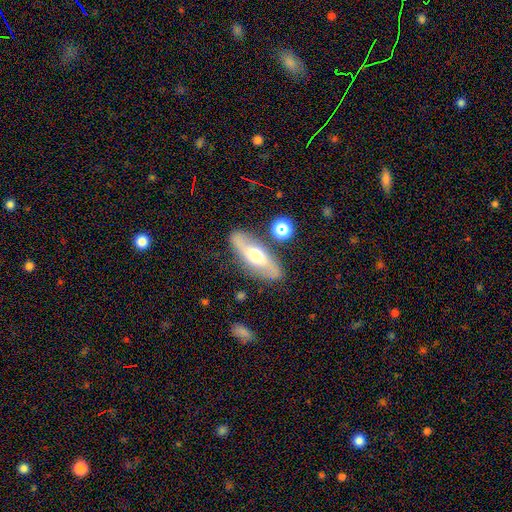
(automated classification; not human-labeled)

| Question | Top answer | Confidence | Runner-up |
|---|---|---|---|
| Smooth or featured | featured or disk | 56% | smooth (37%) |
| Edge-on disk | no | 74% | yes (26%) |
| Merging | none | 78% | minor disturbance (13%) |